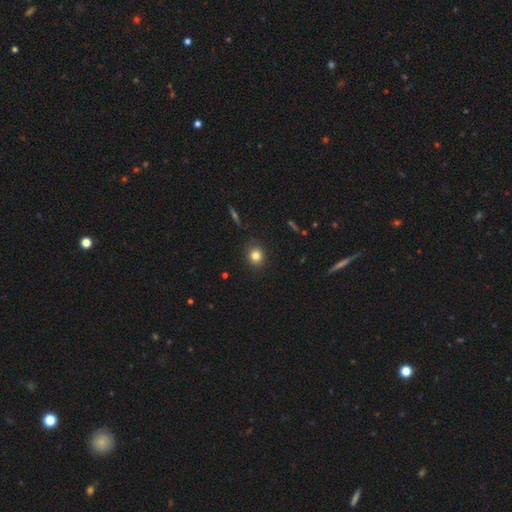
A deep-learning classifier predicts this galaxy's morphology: The model was most divided on "how rounded": round: 74%, in between: 25%, cigar-shaped: 1%. More confident: merging — none (90%); smooth or featured — smooth (82%).